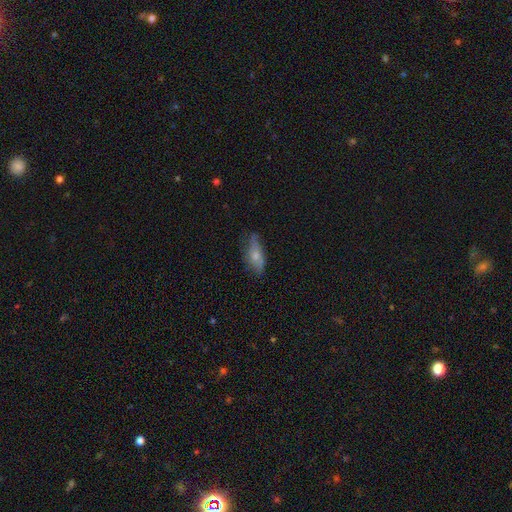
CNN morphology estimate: Smooth or featured? smooth (58%)
How rounded? in between (77%)
Merging? none (61%)